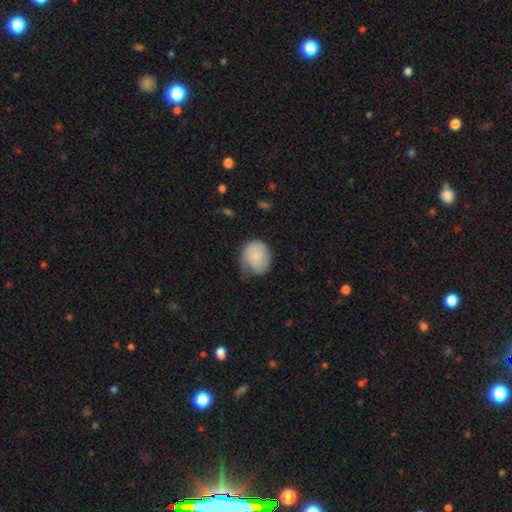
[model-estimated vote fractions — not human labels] Smooth or featured?
  - smooth: 72% *
  - featured or disk: 21%
  - star or artifact: 6%
How rounded?
  - round: 71% *
  - in between: 28%
  - cigar-shaped: 1%
Merging?
  - none: 42% * (tied)
  - minor disturbance: 42% * (tied)
  - major disturbance: 15%
  - merger: 2%